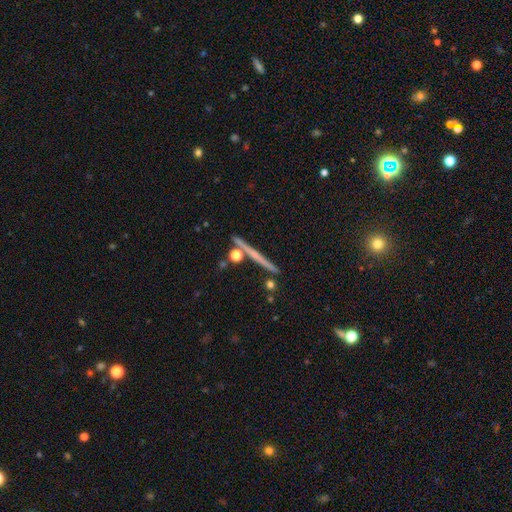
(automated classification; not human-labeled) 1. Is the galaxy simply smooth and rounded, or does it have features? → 58% featured or disk, 33% smooth, 9% star or artifact.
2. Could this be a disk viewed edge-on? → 97% yes, 3% no.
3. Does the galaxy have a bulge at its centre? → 72% none, 22% rounded, 6% boxy.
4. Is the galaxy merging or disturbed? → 86% none, 7% minor disturbance, 5% merger, 2% major disturbance.